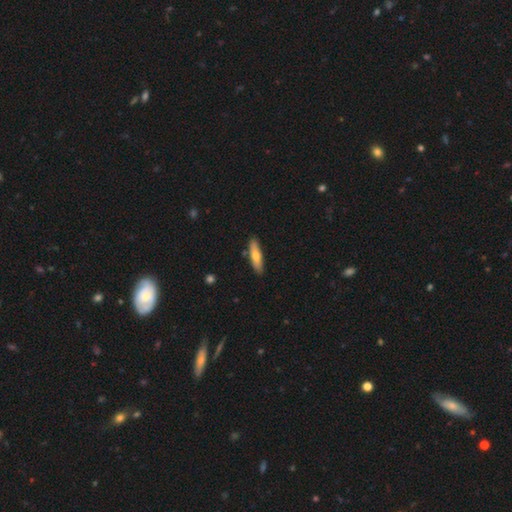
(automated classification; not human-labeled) smooth 67%, featured or disk 28%, star or artifact 6%. Down the decision tree: how rounded — cigar-shaped (66%); merging — none (86%).